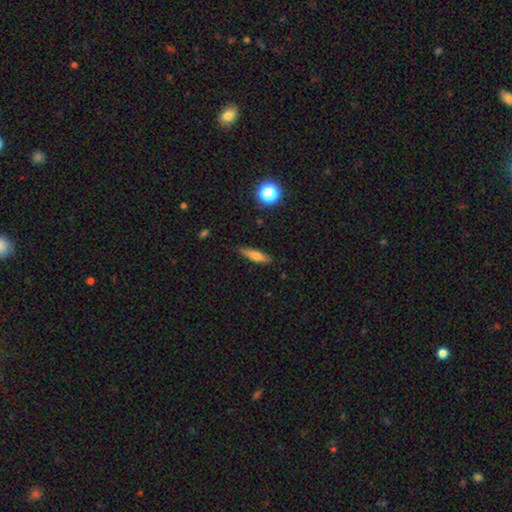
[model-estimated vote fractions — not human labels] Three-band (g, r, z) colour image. It shows a smooth galaxy with no disk features (64%) that is cigar-shaped (70%). Merging: none (84%).